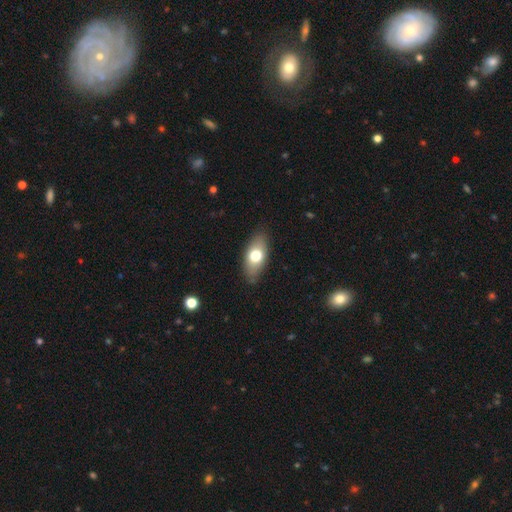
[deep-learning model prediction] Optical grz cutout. It shows a smooth galaxy with no disk features (69%) that is in between round and cigar-shaped (87%). Merging: none (84%).